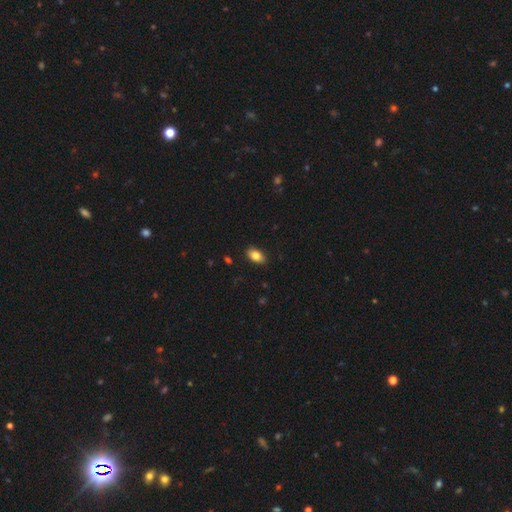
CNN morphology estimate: Q: Smooth or featured?
A: smooth (83%); runner-up: featured or disk (9%)
Q: How rounded?
A: in between (90%); runner-up: round (7%)
Q: Merging?
A: none (87%); runner-up: minor disturbance (10%)